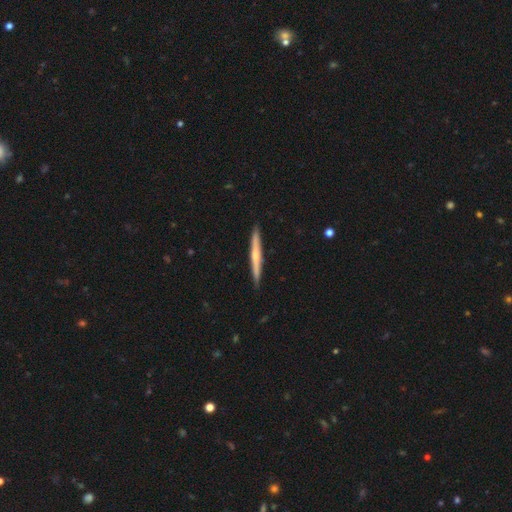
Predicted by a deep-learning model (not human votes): Overall: featured or disk (56%; smooth 39%). Edge-on disk: yes (97%). Edge-on bulge: rounded (55%; none 39%). Merging: none (91%).